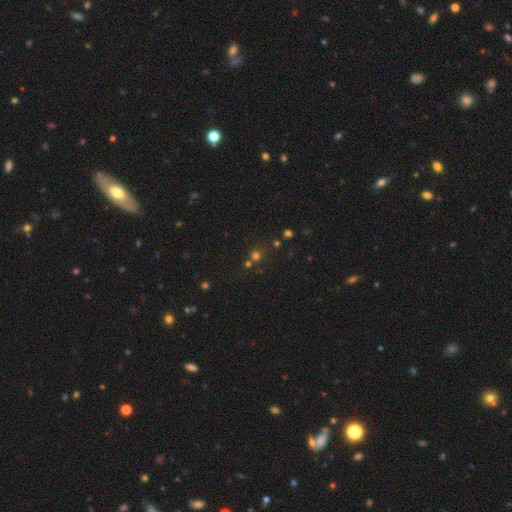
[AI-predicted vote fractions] The model was most divided on "smooth or featured": smooth: 58%, star or artifact: 34%, featured or disk: 8%. More confident: how rounded — round (90%); merging — none (66%).